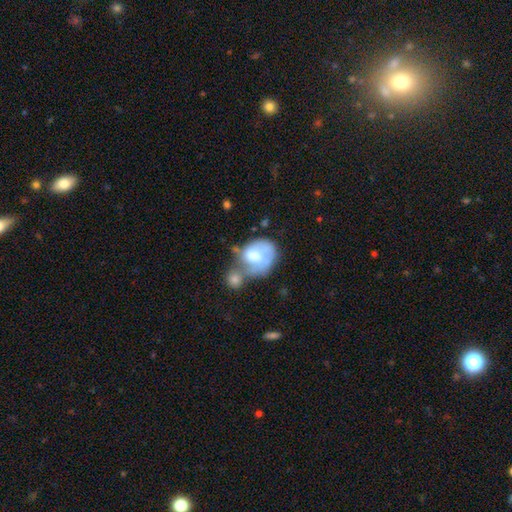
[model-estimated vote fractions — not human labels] Smooth or featured: smooth — 53% (featured or disk — 40%)
How rounded: in between — 50% (round — 49%)
Merging: merger — 43% (major disturbance — 22%)